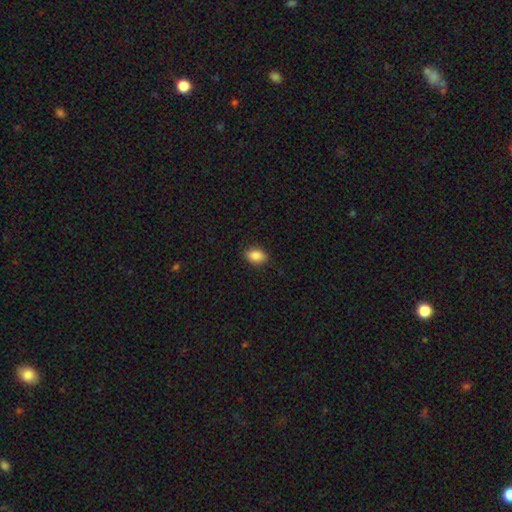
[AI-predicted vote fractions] Overall: smooth (86%). How rounded: in between (83%). Merging: none (87%).